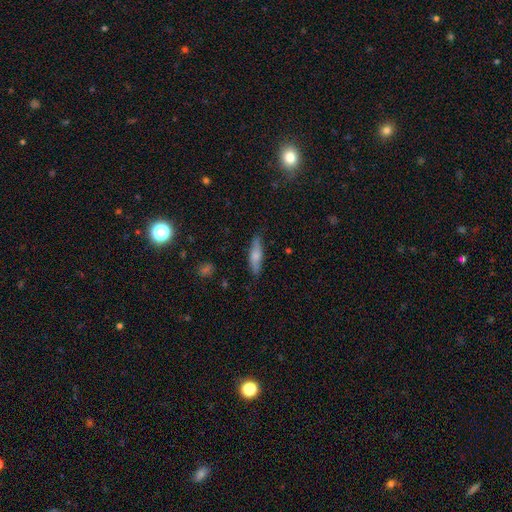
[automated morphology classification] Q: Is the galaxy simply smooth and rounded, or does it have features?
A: smooth — 64%.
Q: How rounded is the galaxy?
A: cigar-shaped — 67%.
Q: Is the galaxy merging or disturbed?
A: none — 84%.